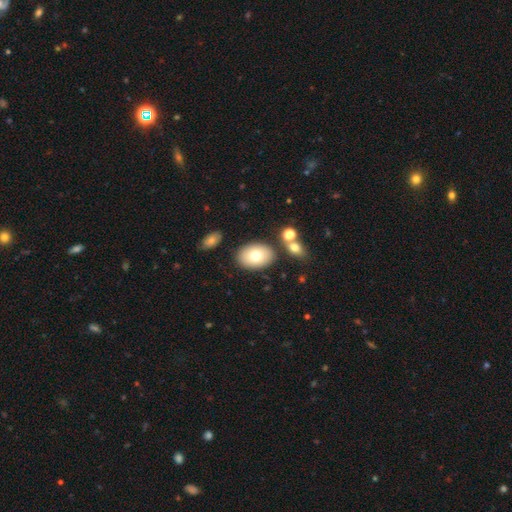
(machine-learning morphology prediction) Smooth or featured? smooth (74%)
How rounded? in between (81%)
Merging? none (81%)